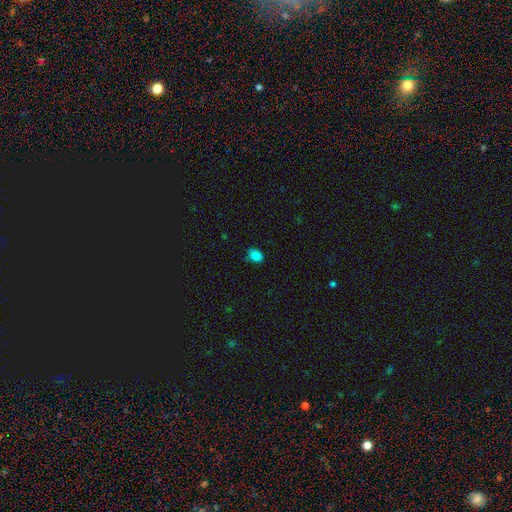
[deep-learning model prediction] This is clearly a smooth galaxy (83%). How rounded: likely in between (64%). Merging: likely none (73%).